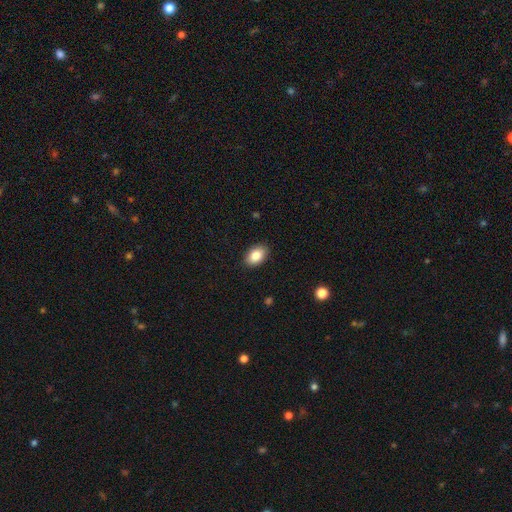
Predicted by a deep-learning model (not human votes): Smooth or featured? Predicted: smooth (p=0.85). How rounded? Predicted: in between (p=0.87). Merging? Predicted: none (p=0.89).